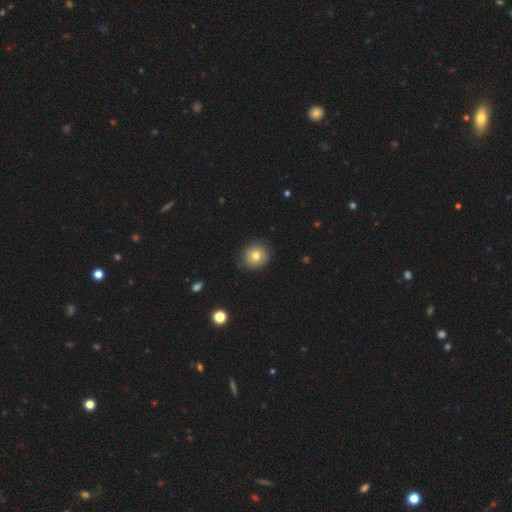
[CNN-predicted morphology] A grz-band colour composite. It shows a smooth galaxy with no disk features (74%) that is round (88%). Merging: none (86%).